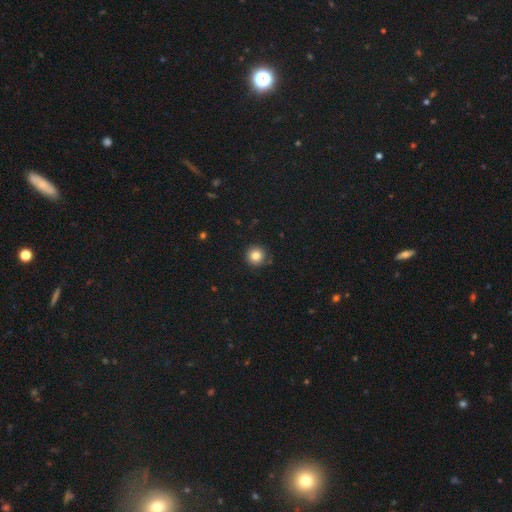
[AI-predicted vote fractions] Smooth or featured: smooth — 82% (star or artifact — 11%)
How rounded: round — 95% (in between — 4%)
Merging: none — 88% (minor disturbance — 8%)